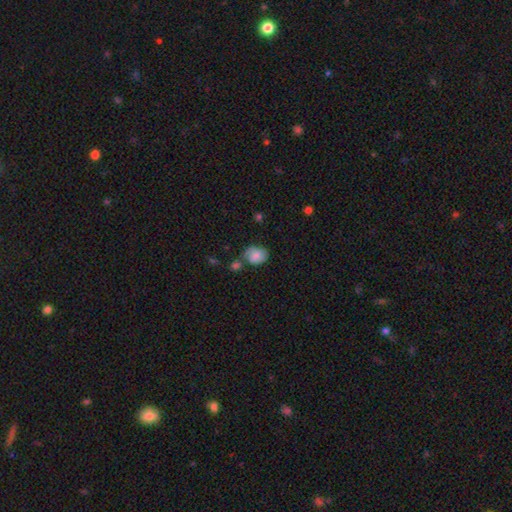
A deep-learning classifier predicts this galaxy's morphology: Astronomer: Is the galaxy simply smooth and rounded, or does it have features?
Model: smooth — 66%.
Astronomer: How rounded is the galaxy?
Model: in between — 62% (runner-up: round, 37%).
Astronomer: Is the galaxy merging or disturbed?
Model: none — 47% (runner-up: minor disturbance, 26%).